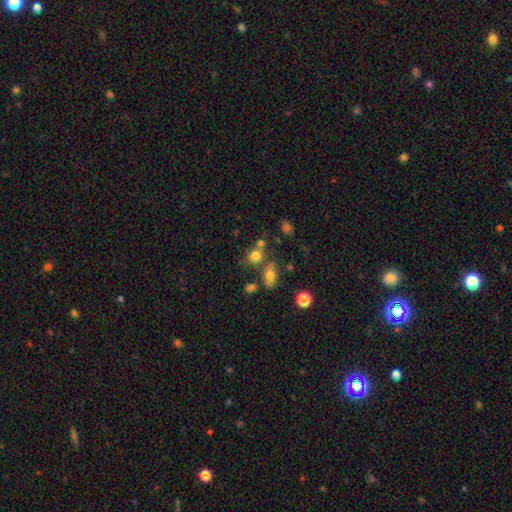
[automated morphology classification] Smooth or featured? smooth (76%)
How rounded? round (74%)
Merging? none (57%)